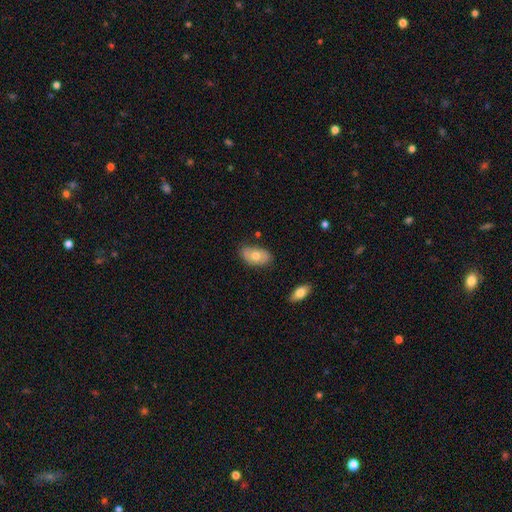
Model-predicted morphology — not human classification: smooth-or-featured: smooth: 66% | featured or disk: 27% | star or artifact: 7%
  how-rounded: in between: 91% | round: 7% | cigar-shaped: 2%
  merging: none: 73% | minor disturbance: 21% | major disturbance: 4% | merger: 2%